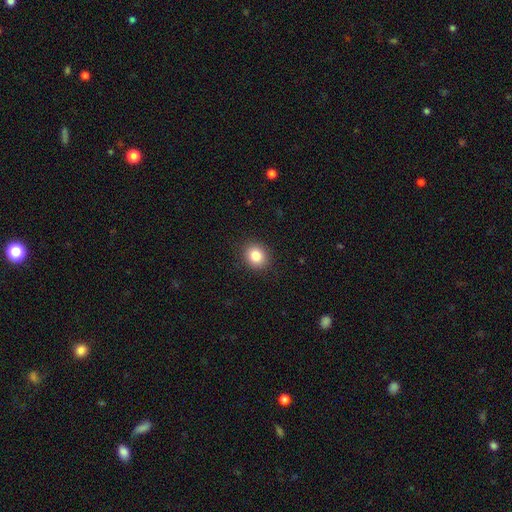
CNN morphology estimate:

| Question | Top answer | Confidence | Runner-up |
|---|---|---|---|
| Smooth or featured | smooth | 84% | star or artifact (10%) |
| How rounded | round | 74% | in between (25%) |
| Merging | none | 90% | minor disturbance (7%) |